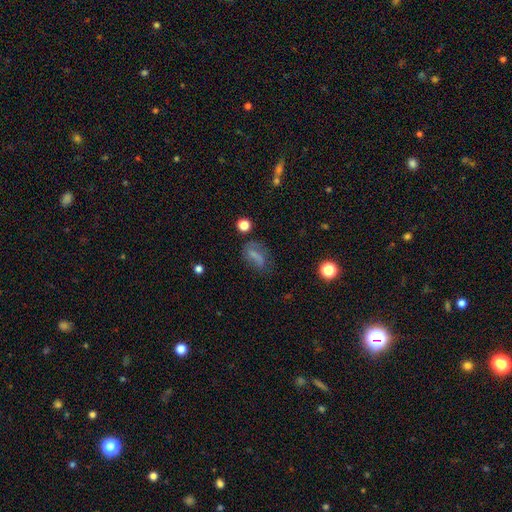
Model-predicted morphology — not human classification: smooth 53%, featured or disk 32%, star or artifact 15%. Down the decision tree: how rounded — in between (72%); merging — none (48%).